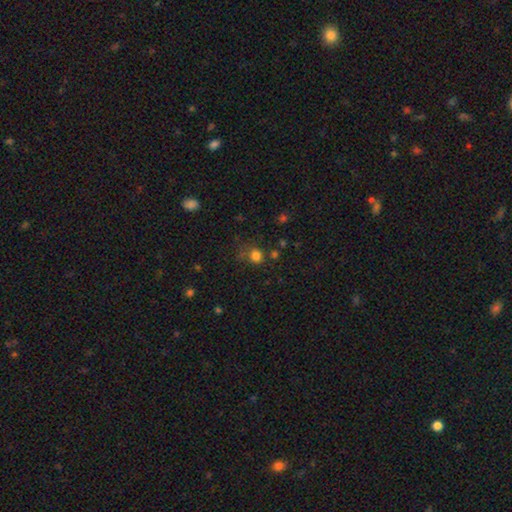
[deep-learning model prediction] Morphology: type=smooth (78%); roundness=round (81%); merging=none (70%).